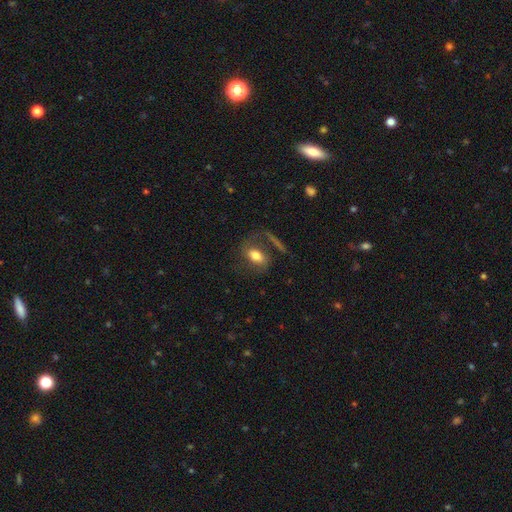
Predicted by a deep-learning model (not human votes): smooth-or-featured: smooth: 56% | featured or disk: 35% | star or artifact: 9%
  how-rounded: in between: 80% | round: 15% | cigar-shaped: 5%
  merging: none: 55% | major disturbance: 20% | minor disturbance: 17% | merger: 7%